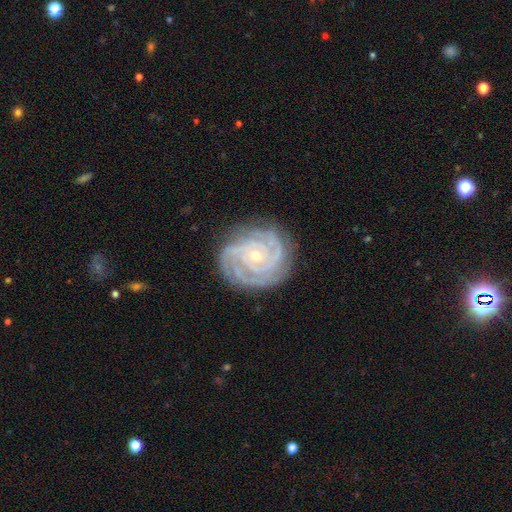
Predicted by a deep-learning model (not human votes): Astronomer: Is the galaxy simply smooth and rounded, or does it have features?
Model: featured or disk — 91%.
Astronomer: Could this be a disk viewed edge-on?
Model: no — 98%.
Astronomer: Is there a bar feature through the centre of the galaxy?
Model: no — 77%.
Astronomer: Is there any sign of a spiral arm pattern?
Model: yes — 98%.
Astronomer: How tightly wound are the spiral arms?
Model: tight — 83%.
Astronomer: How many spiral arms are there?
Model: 3 — 32% (runner-up: 4, 26%).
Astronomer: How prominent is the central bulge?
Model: small — 76%.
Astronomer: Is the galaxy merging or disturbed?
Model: none — 82%.